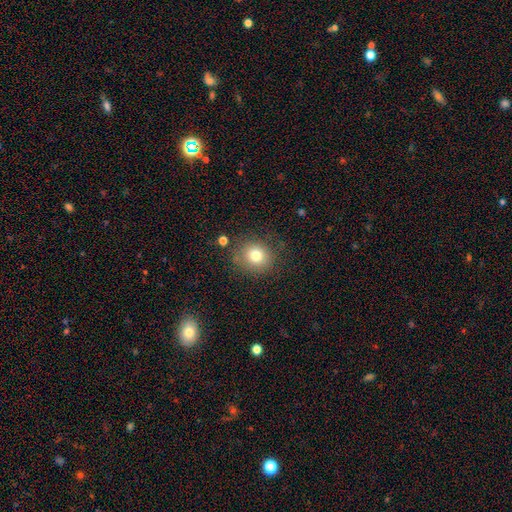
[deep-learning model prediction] A smooth galaxy with no disk features (78%) that is round (81%). Merging: none (79%).